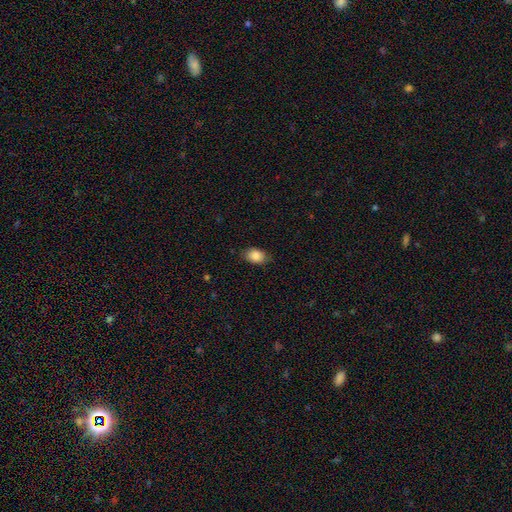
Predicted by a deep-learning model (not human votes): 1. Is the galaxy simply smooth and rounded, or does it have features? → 86% smooth, 8% star or artifact, 7% featured or disk.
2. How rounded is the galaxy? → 81% in between, 17% round, 1% cigar-shaped.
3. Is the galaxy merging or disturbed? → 80% none, 16% minor disturbance, 3% major disturbance, 1% merger.